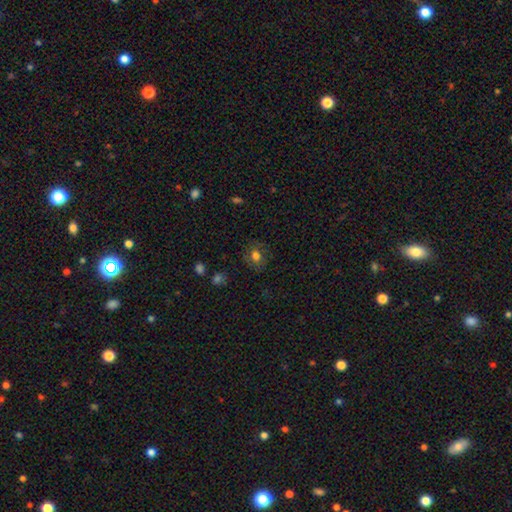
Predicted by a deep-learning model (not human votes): smooth_or_featured: smooth (p=0.73) [alt: featured or disk p=0.14]
how_rounded: round (p=0.66) [alt: in between p=0.33]
merging: none (p=0.80) [alt: minor disturbance p=0.14]